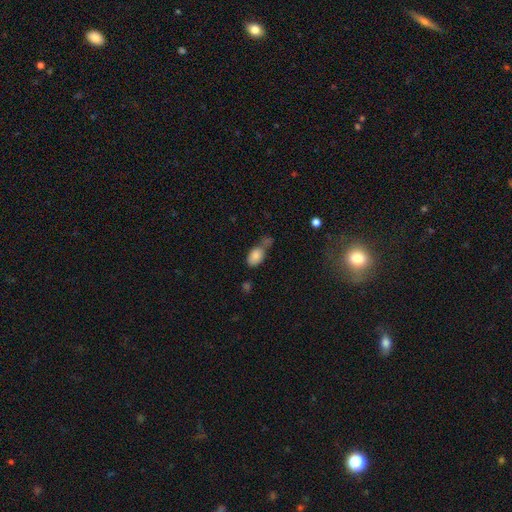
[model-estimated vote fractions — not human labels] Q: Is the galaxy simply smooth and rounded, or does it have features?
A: smooth — 82%.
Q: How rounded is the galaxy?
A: in between — 89%.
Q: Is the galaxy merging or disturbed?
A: none — 37%.